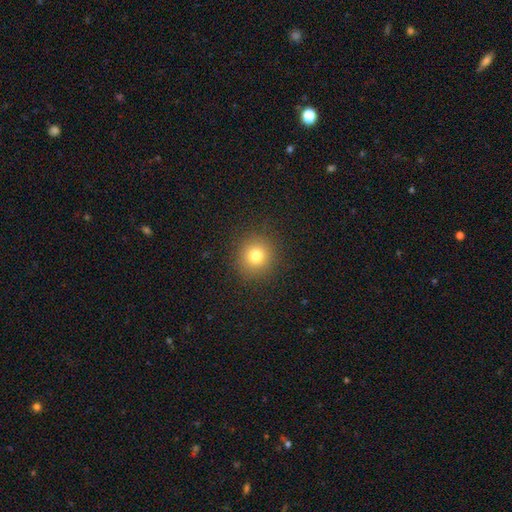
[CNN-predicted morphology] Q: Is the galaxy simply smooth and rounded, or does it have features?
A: smooth — 78%.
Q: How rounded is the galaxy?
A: round — 91%.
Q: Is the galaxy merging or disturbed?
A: none — 90%.